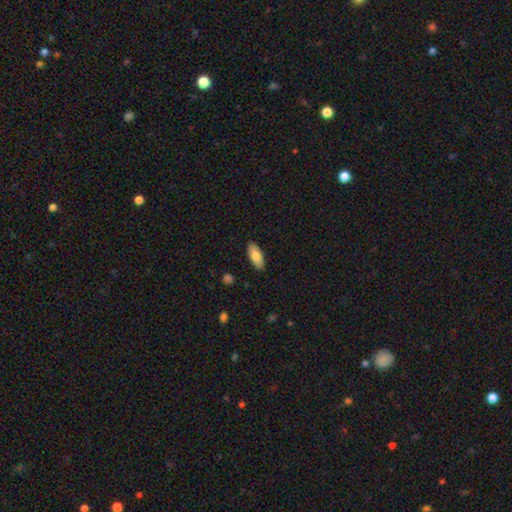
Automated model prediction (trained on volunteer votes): smooth 79%, featured or disk 15%, star or artifact 6%. Down the decision tree: how rounded — in between (87%); merging — none (89%).